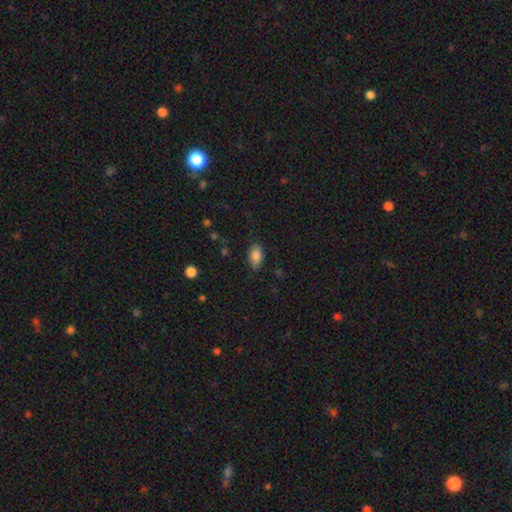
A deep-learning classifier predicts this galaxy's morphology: Overall: smooth (84%). How rounded: in between (91%). Merging: none (78%).